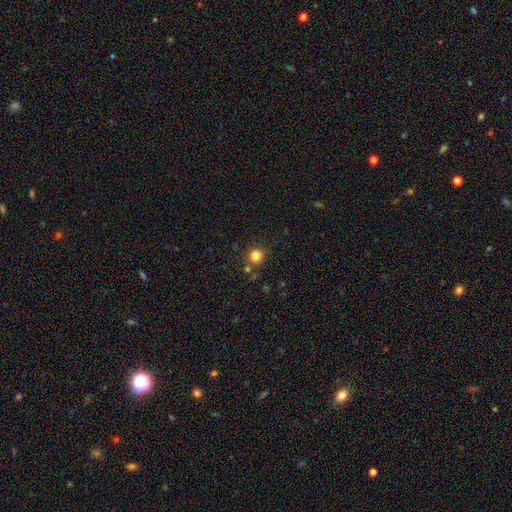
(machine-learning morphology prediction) The model was most divided on "smooth or featured": smooth: 82%, star or artifact: 13%, featured or disk: 5%. More confident: how rounded — round (93%); merging — none (82%).